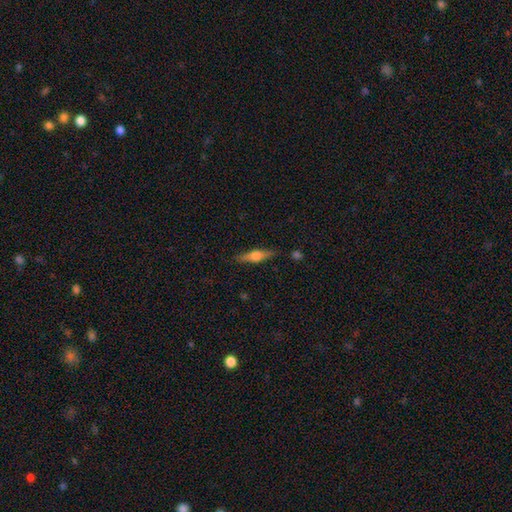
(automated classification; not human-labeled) This is possibly a featured or disk galaxy (52%). It is clearly viewed edge-on (94%). Merging: clearly none (84%).